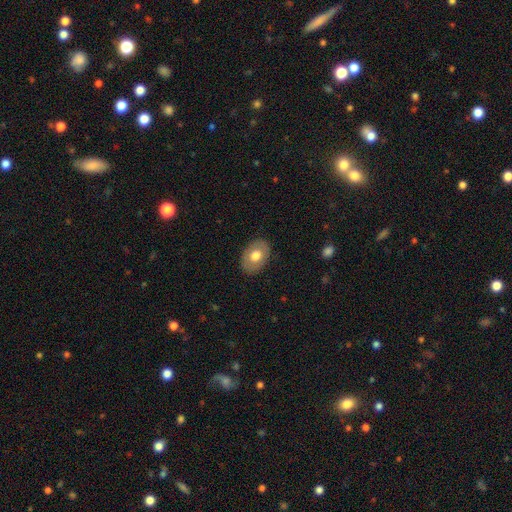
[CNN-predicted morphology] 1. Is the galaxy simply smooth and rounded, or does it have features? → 67% smooth, 26% featured or disk, 6% star or artifact.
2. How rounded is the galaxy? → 79% in between, 20% round, 1% cigar-shaped.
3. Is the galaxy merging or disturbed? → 87% none, 10% minor disturbance, 3% major disturbance, 1% merger.